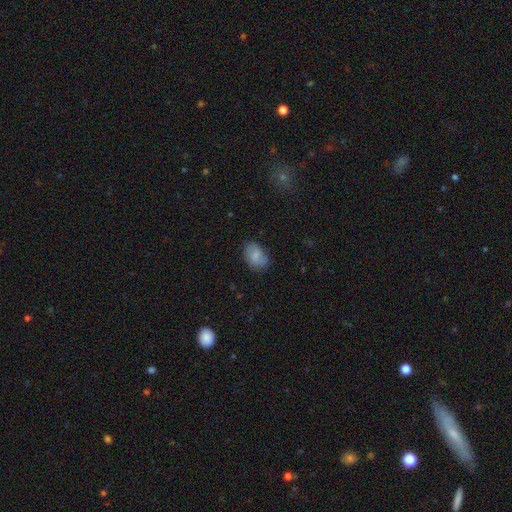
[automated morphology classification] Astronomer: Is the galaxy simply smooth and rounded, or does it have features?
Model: smooth — 79%.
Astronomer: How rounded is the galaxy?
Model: in between — 86%.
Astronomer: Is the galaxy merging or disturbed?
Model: none — 69%.